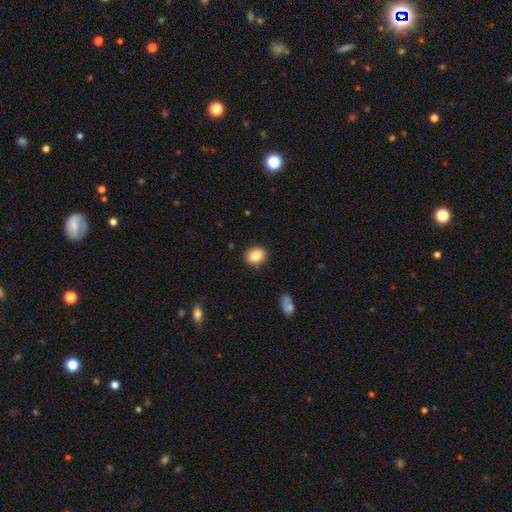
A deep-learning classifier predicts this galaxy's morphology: type=smooth (85%); roundness=round (63%); merging=none (89%).